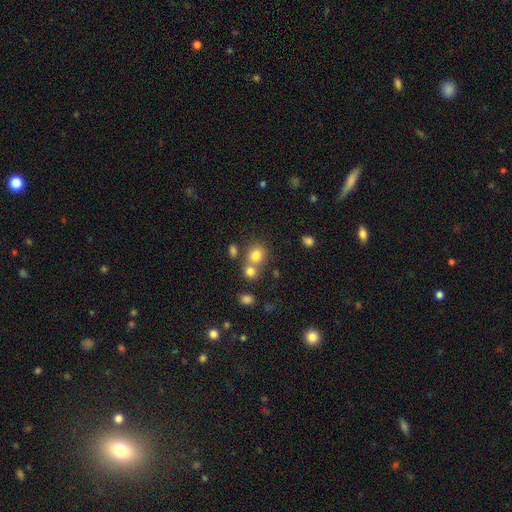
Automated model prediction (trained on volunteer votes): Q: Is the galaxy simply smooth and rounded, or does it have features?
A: smooth — 78%.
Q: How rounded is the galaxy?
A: round — 73%.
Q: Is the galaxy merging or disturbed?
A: none — 53%.